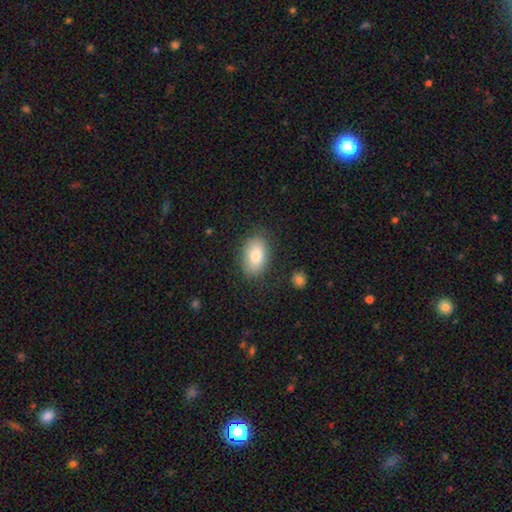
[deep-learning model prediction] A smooth galaxy with no disk features (80%) that is in between round and cigar-shaped (85%).

Vote fractions:
- Smooth or featured? smooth: 80% / featured or disk: 12% / star or artifact: 8%
- How rounded? in between: 85% / round: 13% / cigar-shaped: 1%
- Merging? none: 83% / minor disturbance: 12% / major disturbance: 4% / merger: 2%